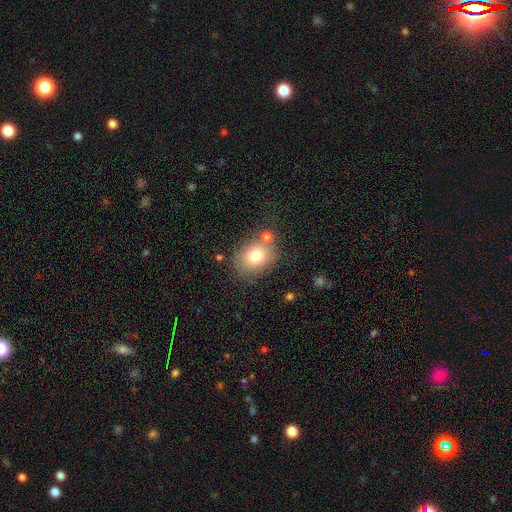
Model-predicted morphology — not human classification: smooth_or_featured: smooth (p=0.75) [alt: featured or disk p=0.14]
how_rounded: in between (p=0.52) [alt: round p=0.47]
merging: none (p=0.67) [alt: minor disturbance p=0.14]